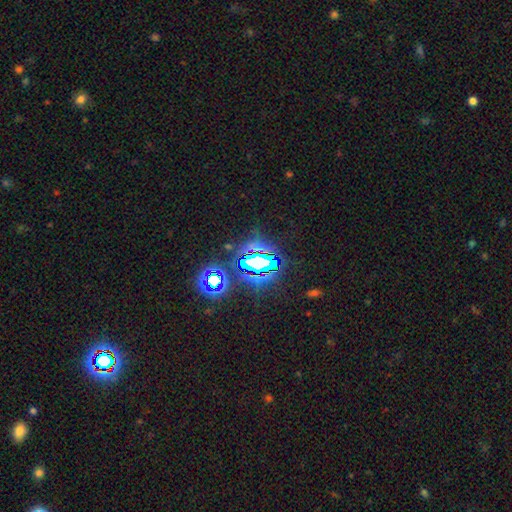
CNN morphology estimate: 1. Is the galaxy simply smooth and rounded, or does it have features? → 74% star or artifact, 15% smooth, 11% featured or disk.